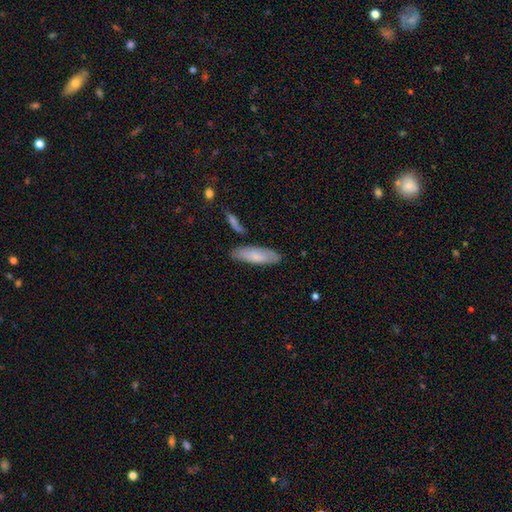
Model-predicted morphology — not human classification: smooth 71%, featured or disk 23%, star or artifact 6%. Down the decision tree: how rounded — in between (53%); merging — none (77%).